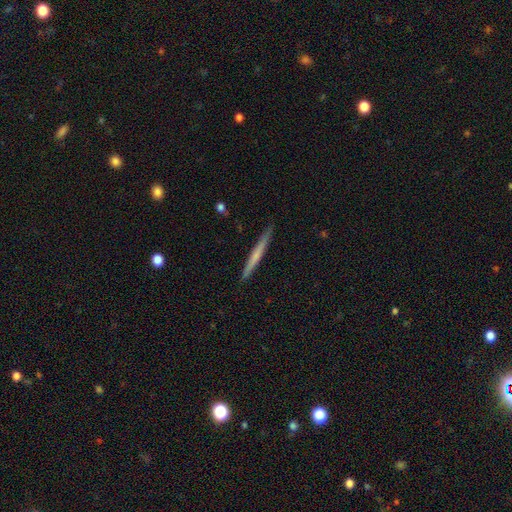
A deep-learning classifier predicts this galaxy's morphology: The model was most divided on "smooth or featured": smooth: 52%, featured or disk: 43%, star or artifact: 5%. More confident: how rounded — cigar-shaped (97%); merging — none (91%).